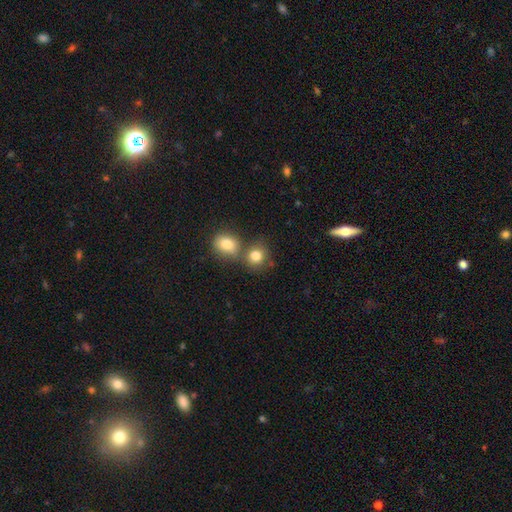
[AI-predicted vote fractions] Morphology: type=smooth (82%); roundness=round (78%); merging=none (54%).